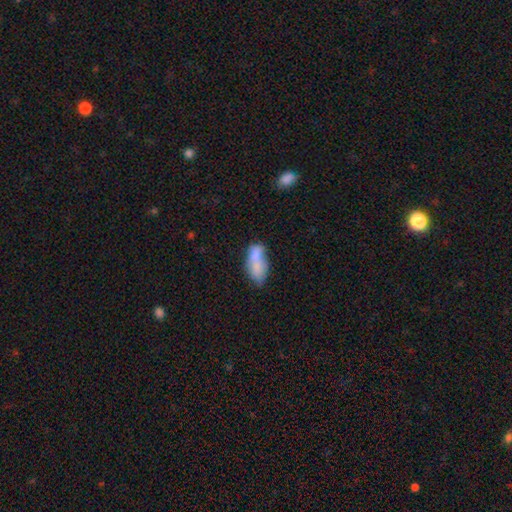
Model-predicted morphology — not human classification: A smooth galaxy with no disk features (72%) that is in between round and cigar-shaped (84%).

Vote fractions:
- Smooth or featured? smooth: 72% / featured or disk: 20% / star or artifact: 8%
- How rounded? in between: 84% / cigar-shaped: 12% / round: 4%
- Merging? merger: 42% / none: 30% / minor disturbance: 18% / major disturbance: 10%